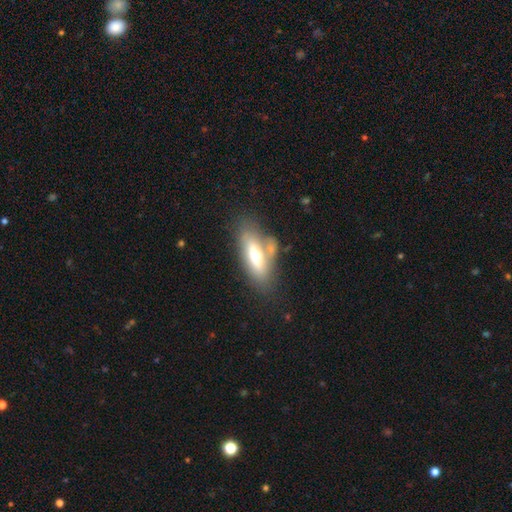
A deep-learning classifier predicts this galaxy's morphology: Smooth or featured? smooth (53%)
How rounded? in between (67%)
Merging? none (54%)